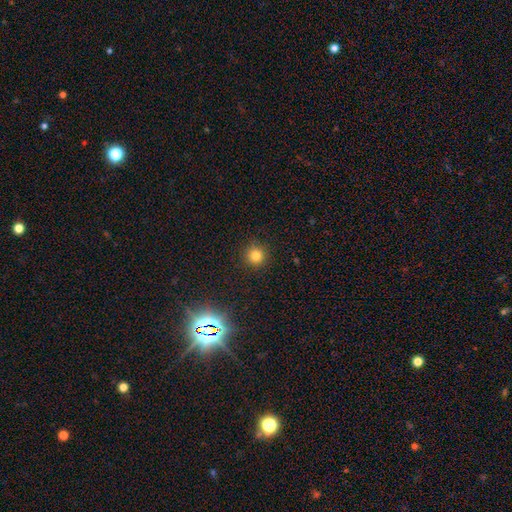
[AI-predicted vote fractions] Overall: smooth (80%). How rounded: round (95%). Merging: none (90%).